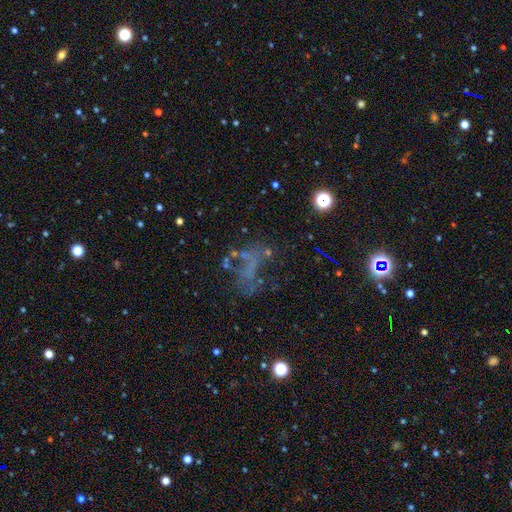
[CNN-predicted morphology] Smooth or featured? Predicted: featured or disk (p=0.41). Merging? Predicted: none (p=0.41).